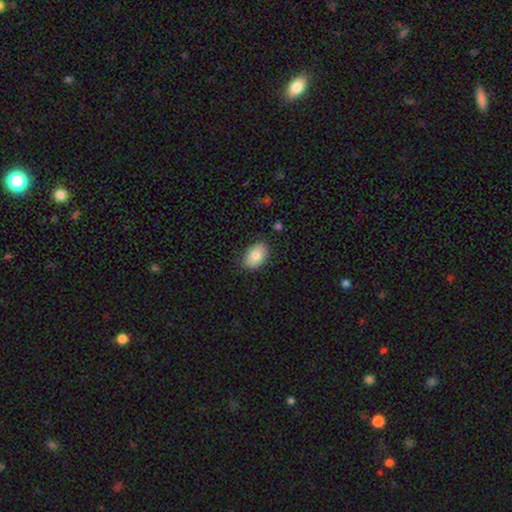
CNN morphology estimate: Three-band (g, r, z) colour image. It shows a smooth galaxy with no disk features (83%) that is in between round and cigar-shaped (86%). Merging: none (82%).